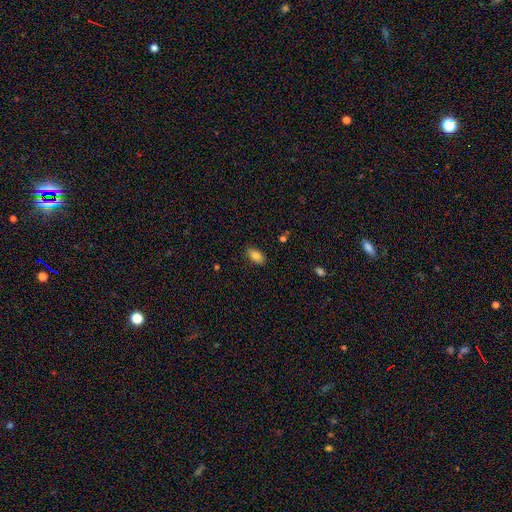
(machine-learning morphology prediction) Smooth or featured: smooth — 84% (star or artifact — 8%)
How rounded: in between — 92% (round — 5%)
Merging: none — 86% (minor disturbance — 10%)